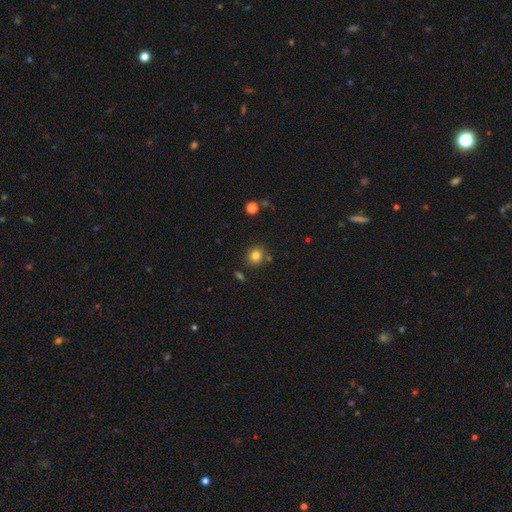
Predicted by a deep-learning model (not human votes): Smooth or featured? smooth (81%)
How rounded? round (85%)
Merging? none (82%)